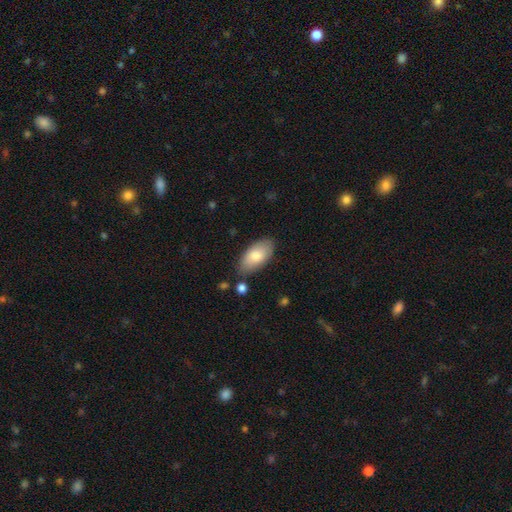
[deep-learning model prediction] Q: Smooth or featured?
A: smooth (77%); runner-up: featured or disk (17%)
Q: How rounded?
A: in between (93%); runner-up: cigar-shaped (4%)
Q: Merging?
A: none (80%); runner-up: minor disturbance (14%)